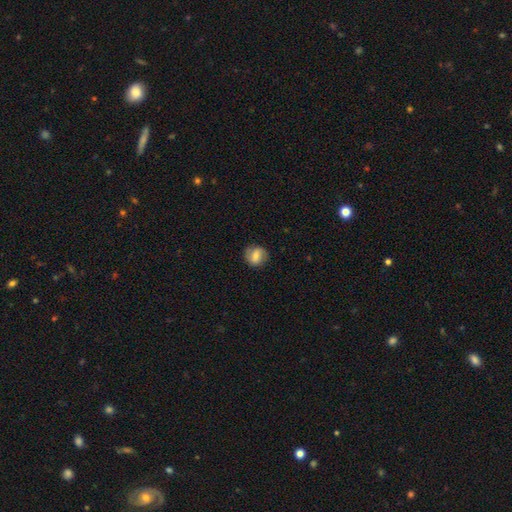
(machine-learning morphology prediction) smooth 68%, featured or disk 23%, star or artifact 8%. Down the decision tree: how rounded — round (74%); merging — none (80%).